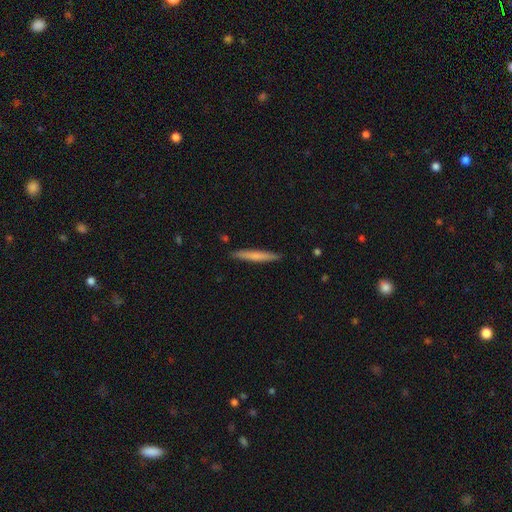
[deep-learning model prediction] Smooth or featured: smooth — 66% (featured or disk — 28%)
How rounded: cigar-shaped — 96% (in between — 3%)
Merging: none — 90% (minor disturbance — 7%)